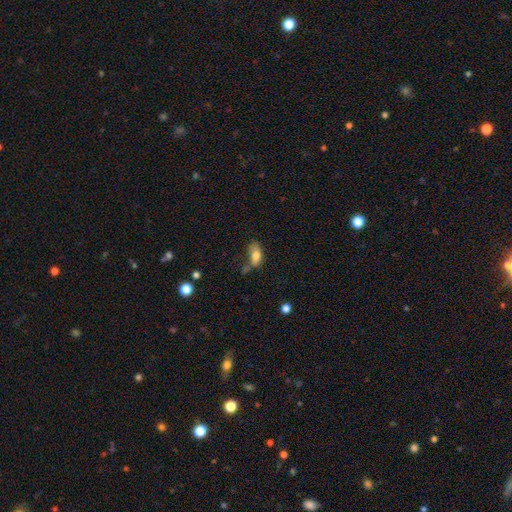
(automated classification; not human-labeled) Smooth or featured? smooth (75%)
How rounded? in between (87%)
Merging? none (31%)